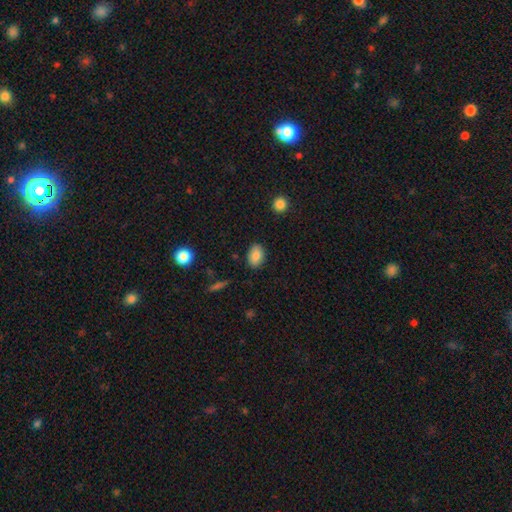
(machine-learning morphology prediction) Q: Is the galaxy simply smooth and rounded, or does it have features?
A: smooth — 85%.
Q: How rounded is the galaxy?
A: in between — 86%.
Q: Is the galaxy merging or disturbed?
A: none — 86%.